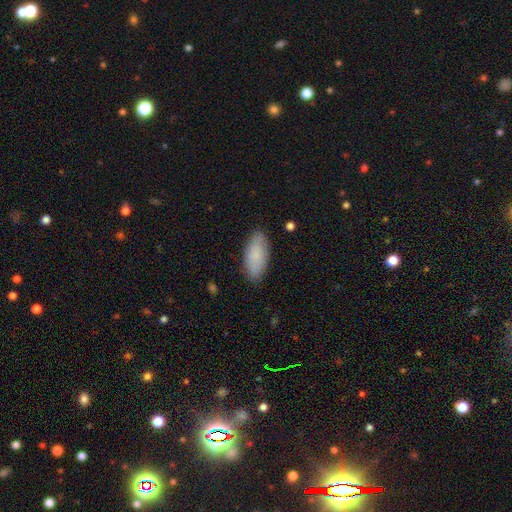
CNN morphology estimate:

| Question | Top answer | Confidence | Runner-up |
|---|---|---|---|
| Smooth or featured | smooth | 85% | featured or disk (9%) |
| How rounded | in between | 86% | cigar-shaped (12%) |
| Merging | none | 86% | minor disturbance (11%) |